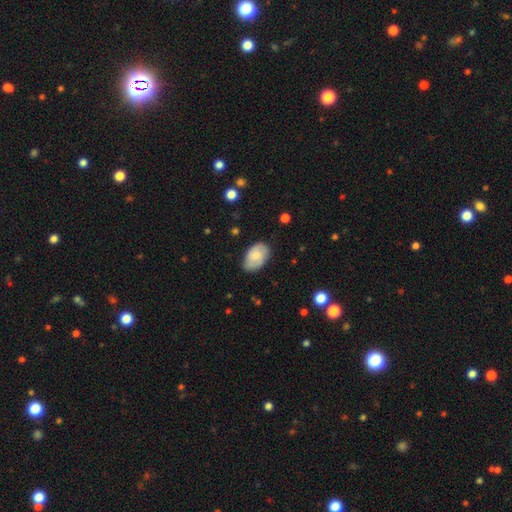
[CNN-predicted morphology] This is likely a smooth galaxy (64%). How rounded: clearly in between (89%). Merging: likely none (73%).